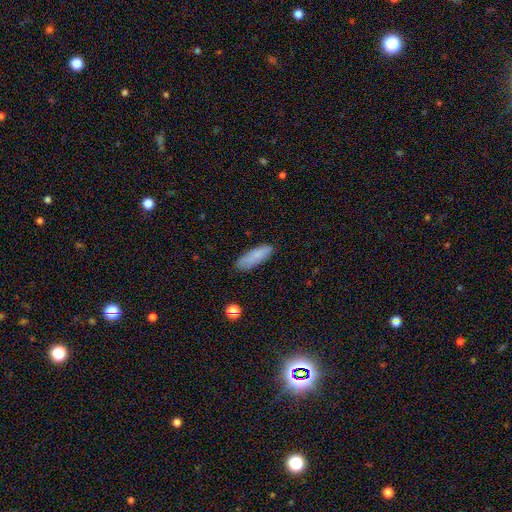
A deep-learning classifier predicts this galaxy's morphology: type=smooth (81%); roundness=in between (53%); merging=none (81%).